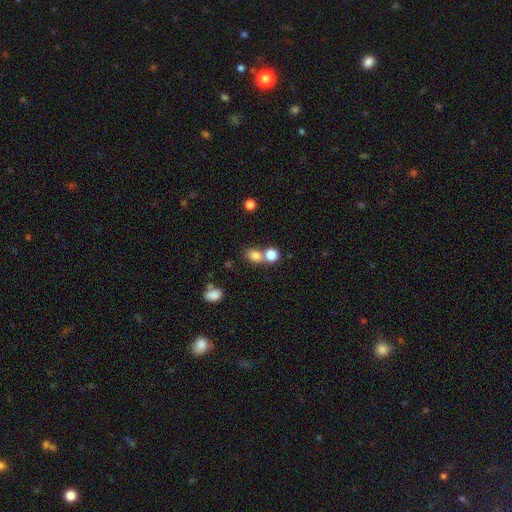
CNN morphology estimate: A smooth galaxy with no disk features (79%) that is round (60%). Merging: none (46%).